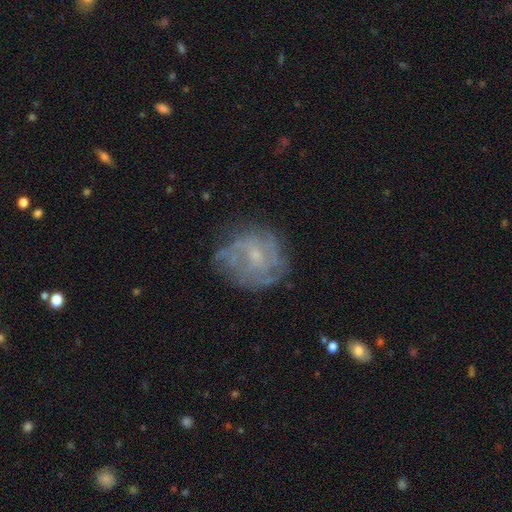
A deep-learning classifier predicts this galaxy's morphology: type=featured or disk (67%); edge-on=no (97%); bar=no (59%); spiral arms=yes (74%); bulge=small (67%); merging=none (68%).